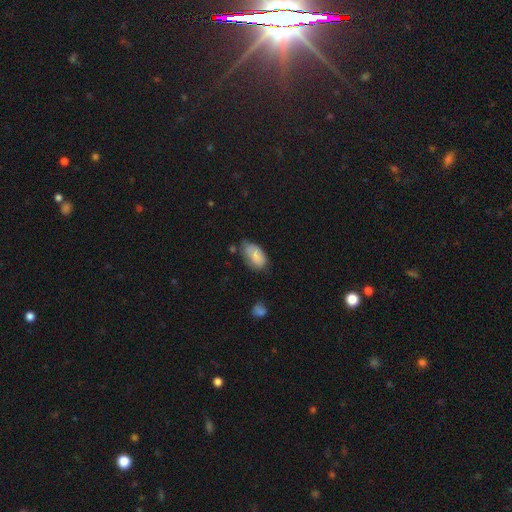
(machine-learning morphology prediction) A smooth galaxy with no disk features (80%) that is in between round and cigar-shaped (93%).

Vote fractions:
- Smooth or featured? smooth: 80% / featured or disk: 13% / star or artifact: 7%
- How rounded? in between: 93% / round: 5% / cigar-shaped: 2%
- Merging? none: 47% / minor disturbance: 38% / major disturbance: 10% / merger: 5%